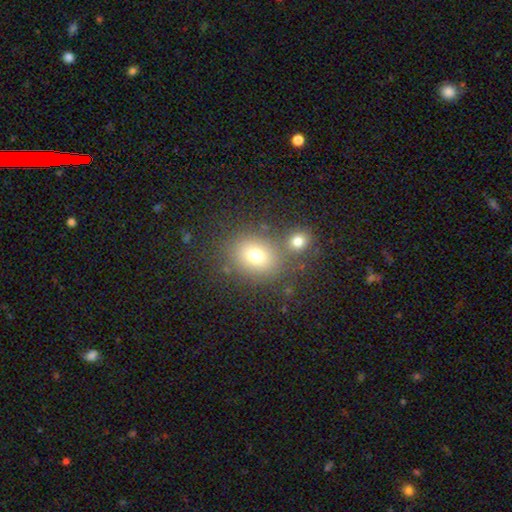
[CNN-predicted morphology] Smooth or featured? Predicted: smooth (p=0.73). How rounded? Predicted: round (p=0.60). Merging? Predicted: none (p=0.63).